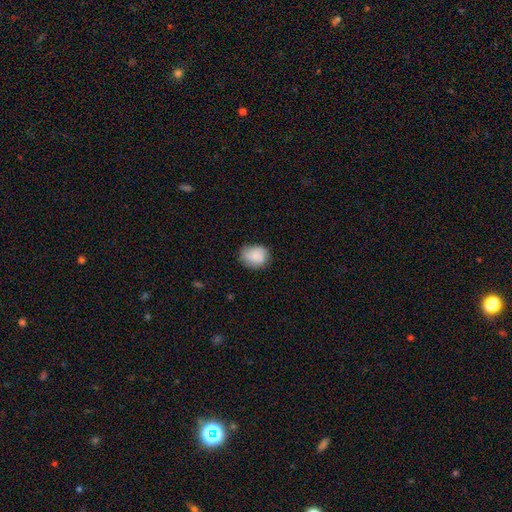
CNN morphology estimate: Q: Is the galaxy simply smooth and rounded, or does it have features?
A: smooth — 83%.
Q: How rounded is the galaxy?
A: round — 57%.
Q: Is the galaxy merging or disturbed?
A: none — 67%.